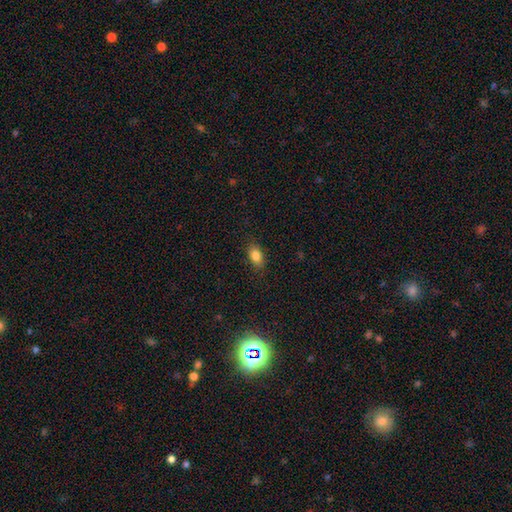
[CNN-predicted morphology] This is clearly a smooth galaxy (83%). How rounded: clearly in between (87%). Merging: clearly none (86%).